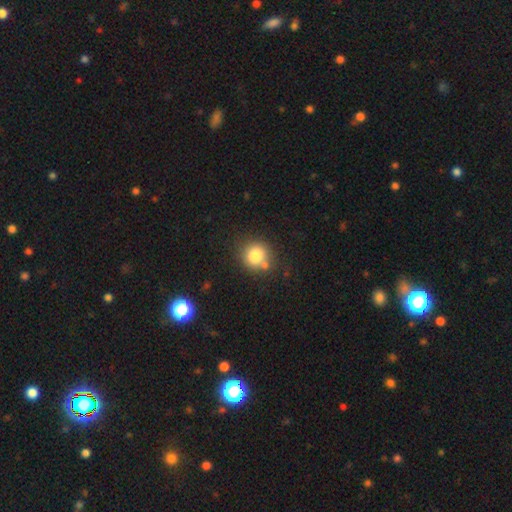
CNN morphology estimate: Smooth or featured? Predicted: smooth (p=0.80). How rounded? Predicted: round (p=0.88). Merging? Predicted: none (p=0.68).